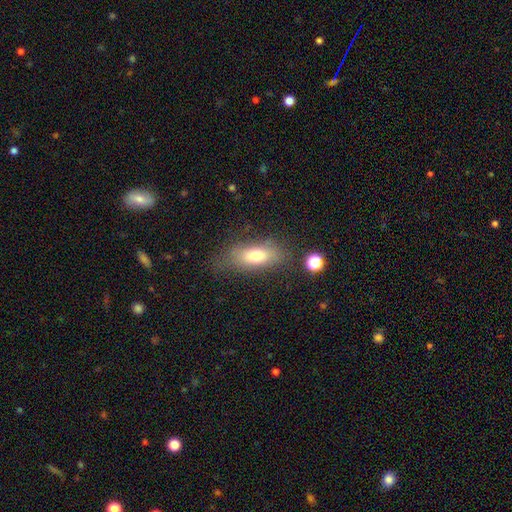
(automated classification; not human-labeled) This appears to be a smooth galaxy with no disk features (72%) that is in between round and cigar-shaped (78%). Merging: none (66%).